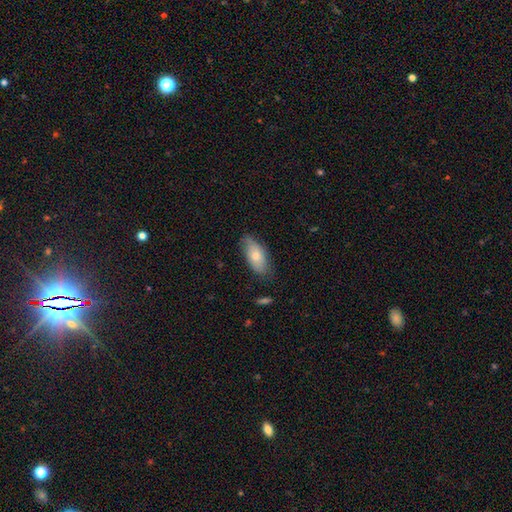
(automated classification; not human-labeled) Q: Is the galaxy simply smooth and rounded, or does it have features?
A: smooth — 64%.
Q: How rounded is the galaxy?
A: in between — 87%.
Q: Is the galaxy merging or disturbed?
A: none — 71%.